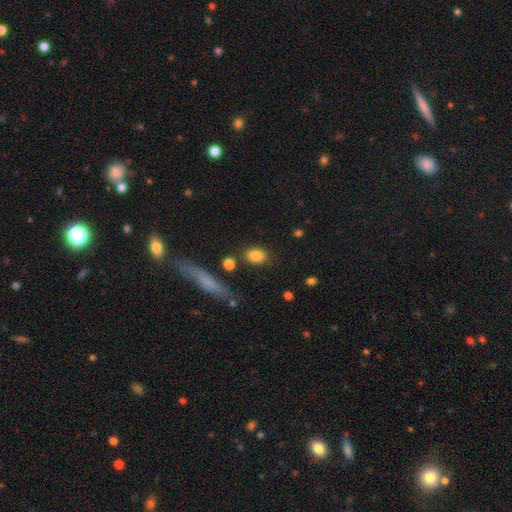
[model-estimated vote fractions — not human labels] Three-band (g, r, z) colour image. It shows a smooth galaxy with no disk features (84%) that is in between round and cigar-shaped (67%). Merging: none (79%).